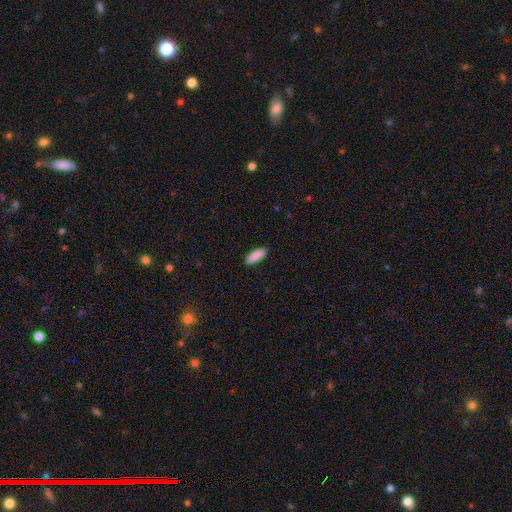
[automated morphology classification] type=smooth (90%); roundness=in between (66%); merging=none (89%).